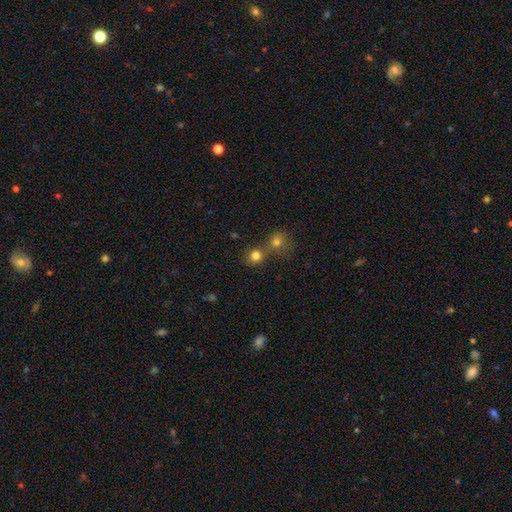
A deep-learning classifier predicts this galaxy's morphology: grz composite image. It shows a smooth galaxy with no disk features (79%) that is round (85%). Merging: none (49%).